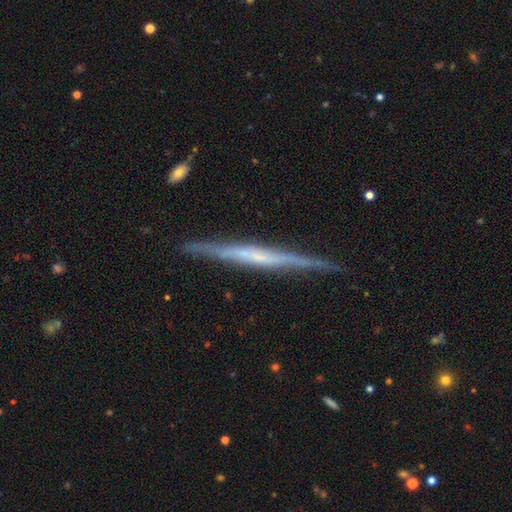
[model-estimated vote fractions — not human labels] Smooth or featured? Predicted: featured or disk (p=0.74). Edge-on disk? Predicted: yes (p=0.97). Edge-on bulge? Predicted: none (p=0.63). Merging? Predicted: none (p=0.86).